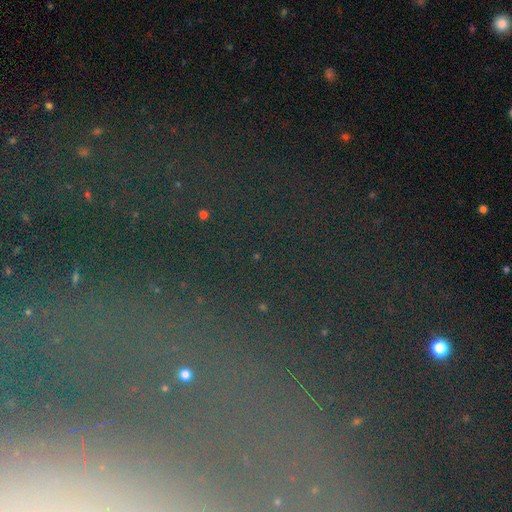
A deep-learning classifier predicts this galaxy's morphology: Q: Smooth or featured?
A: star or artifact (63%); runner-up: featured or disk (21%)